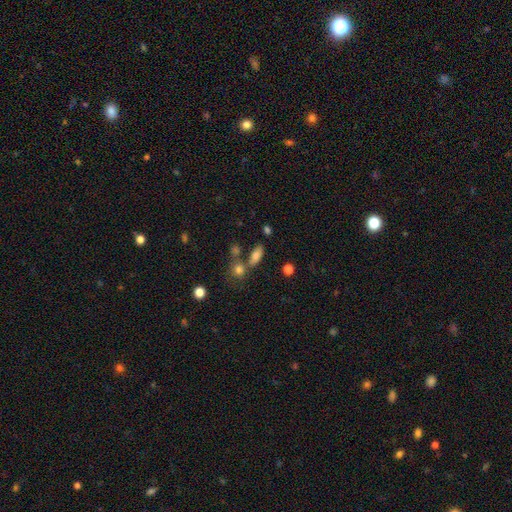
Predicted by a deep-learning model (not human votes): Smooth or featured: smooth — 77% (featured or disk — 12%)
How rounded: in between — 76% (cigar-shaped — 18%)
Merging: none — 63% (merger — 20%)